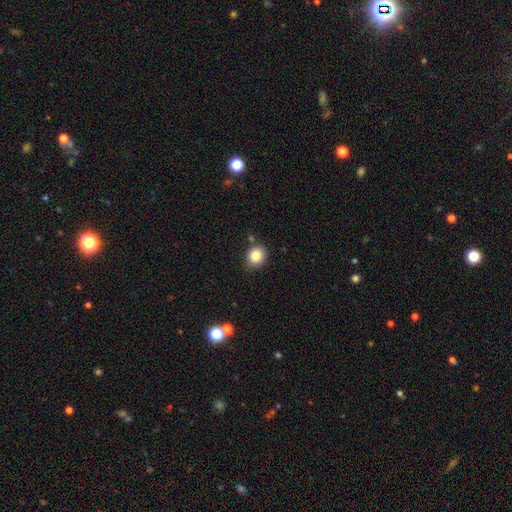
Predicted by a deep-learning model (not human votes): A smooth galaxy with no disk features (85%) that is round (75%).

Vote fractions:
- Smooth or featured? smooth: 85% / star or artifact: 10% / featured or disk: 5%
- How rounded? round: 75% / in between: 24% / cigar-shaped: 1%
- Merging? none: 80% / minor disturbance: 13% / merger: 5% / major disturbance: 3%